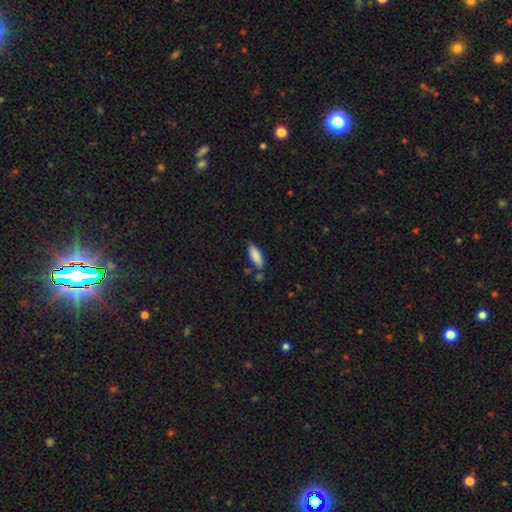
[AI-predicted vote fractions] A smooth galaxy with no disk features (87%) that is in between round and cigar-shaped (75%). Merging: none (73%).